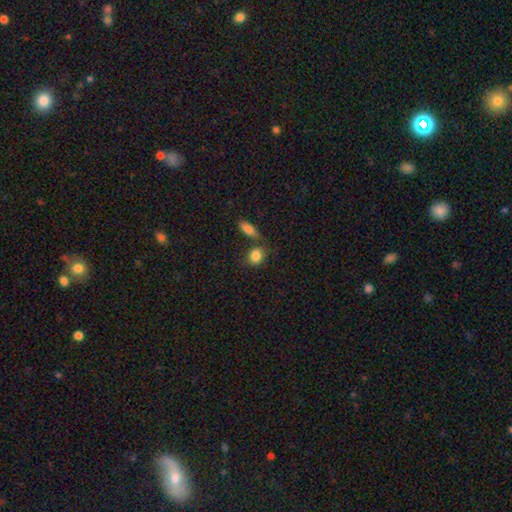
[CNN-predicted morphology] smooth_or_featured: smooth (p=0.85) [alt: star or artifact p=0.08]
how_rounded: round (p=0.50) [alt: in between p=0.48]
merging: none (p=0.63) [alt: merger p=0.20]